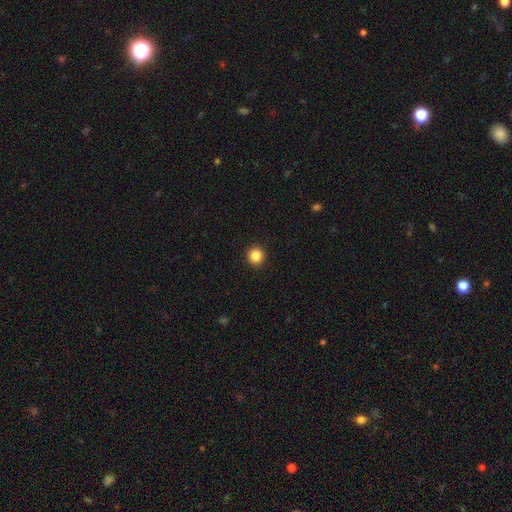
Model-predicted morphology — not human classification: Q: Smooth or featured?
A: smooth (85%); runner-up: star or artifact (11%)
Q: How rounded?
A: round (94%); runner-up: in between (5%)
Q: Merging?
A: none (93%); runner-up: minor disturbance (4%)